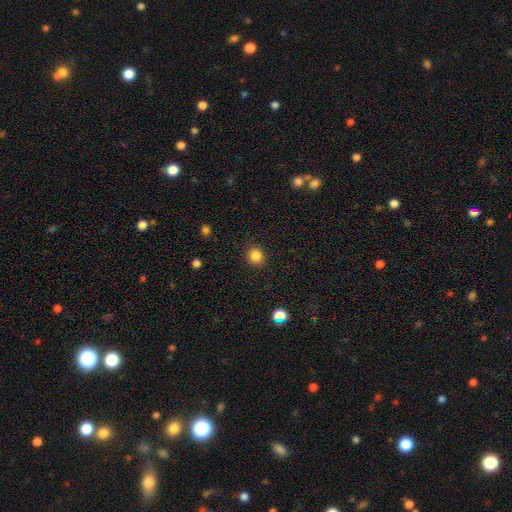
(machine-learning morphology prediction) smooth 85%, star or artifact 11%, featured or disk 4%. Down the decision tree: how rounded — round (85%); merging — none (90%).